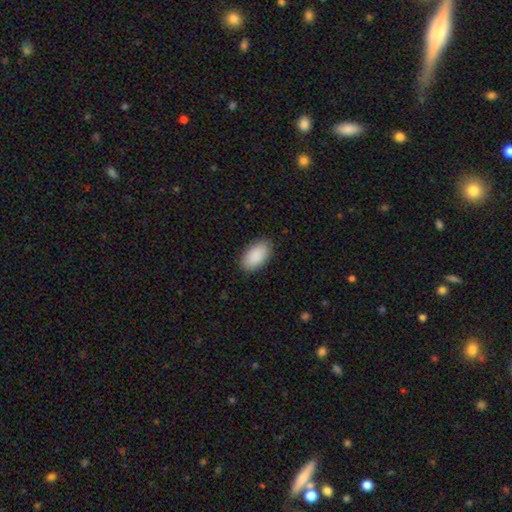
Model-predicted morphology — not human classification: This appears to be a smooth galaxy with no disk features (91%) that is in between round and cigar-shaped (95%). Merging: none (87%).